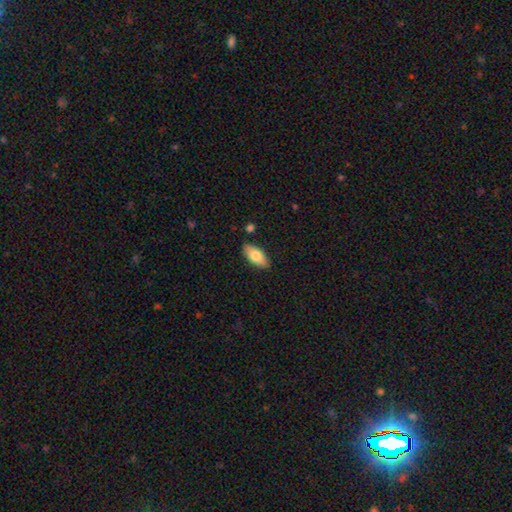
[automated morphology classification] type=smooth (74%); roundness=in between (89%); merging=none (86%).